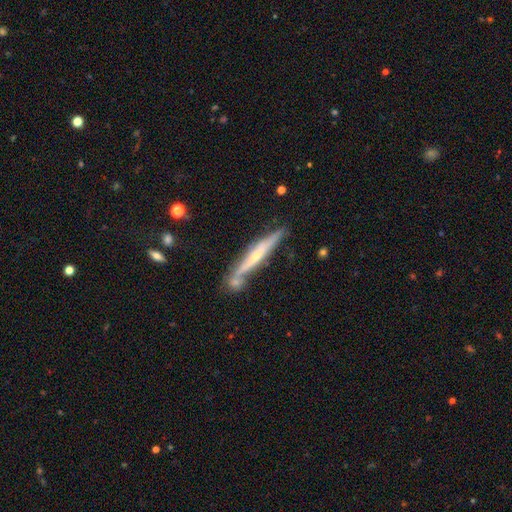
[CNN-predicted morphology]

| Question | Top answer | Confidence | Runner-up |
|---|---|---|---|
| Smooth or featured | featured or disk | 66% | smooth (28%) |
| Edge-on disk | yes | 94% | no (6%) |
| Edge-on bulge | rounded | 57% | none (35%) |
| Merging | none | 67% | minor disturbance (16%) |